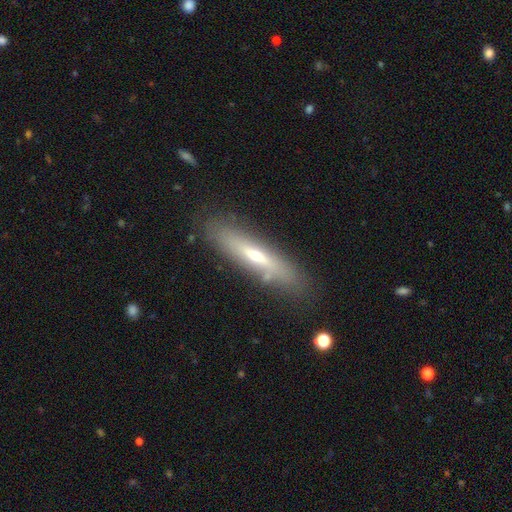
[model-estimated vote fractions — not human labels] smooth_or_featured: featured or disk (p=0.50) [alt: smooth p=0.42]
disk_edge_on: yes (p=0.71) [alt: no p=0.29]
merging: none (p=0.80) [alt: minor disturbance p=0.13]